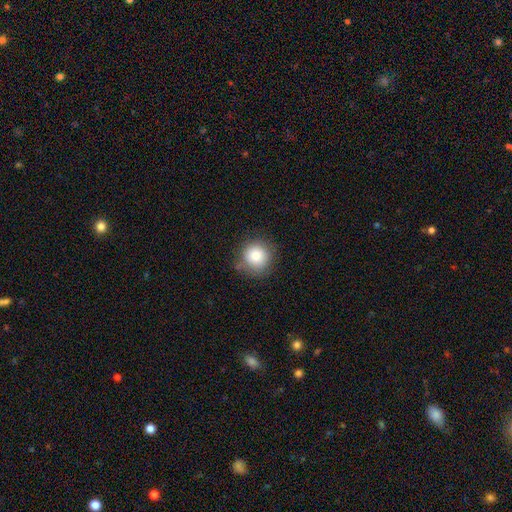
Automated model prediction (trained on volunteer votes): A smooth galaxy with no disk features (81%) that is round (93%). Merging: none (81%).